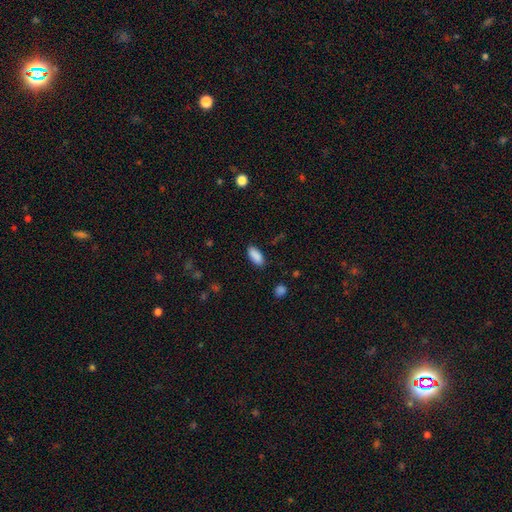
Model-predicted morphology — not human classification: Overall: smooth (89%). How rounded: in between (89%). Merging: none (86%).